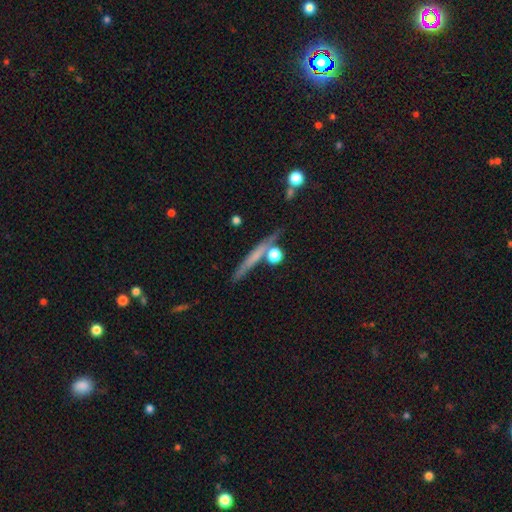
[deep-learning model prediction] Overall: smooth (45%; featured or disk 44%). Merging: none (76%).